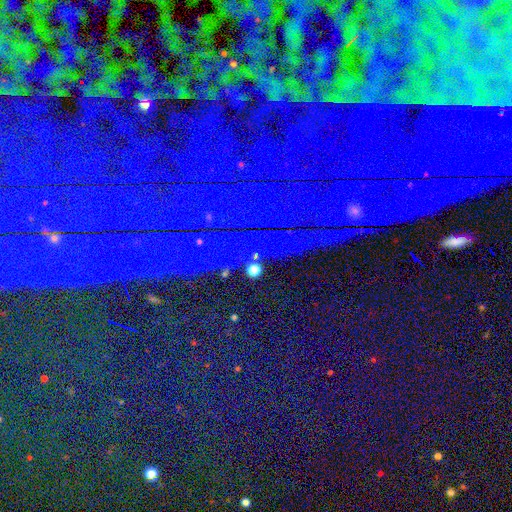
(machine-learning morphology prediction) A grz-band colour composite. It shows a star or artifact, not a galaxy (79%).